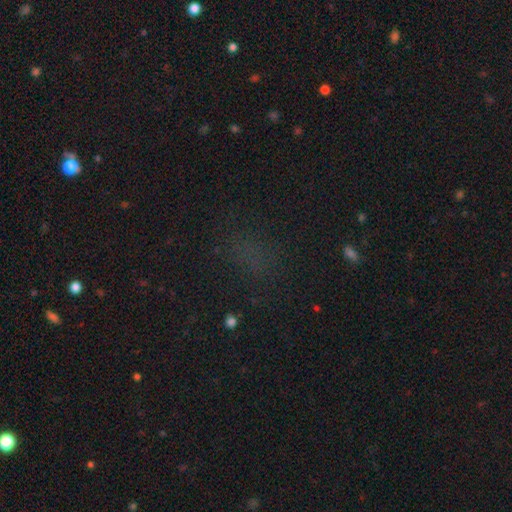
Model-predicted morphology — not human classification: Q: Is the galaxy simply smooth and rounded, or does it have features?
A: star or artifact — 52%.